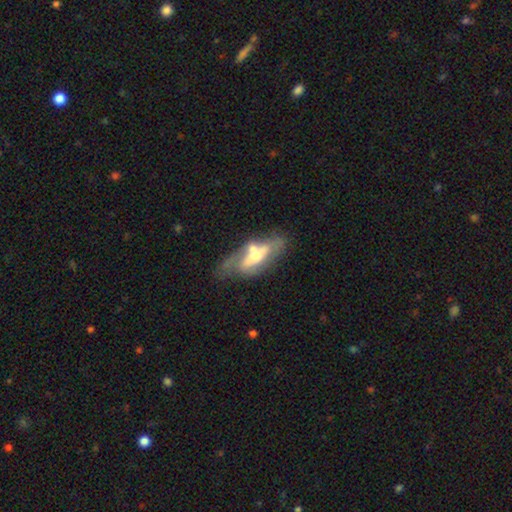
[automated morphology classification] type=featured or disk (64%); edge-on=no (67%); merging=none (40%).